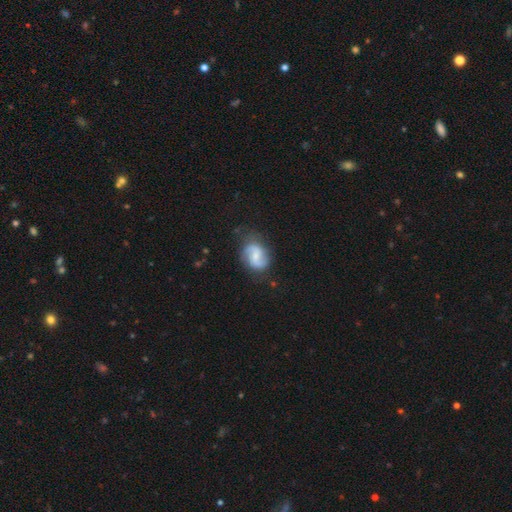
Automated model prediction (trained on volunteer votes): Morphology: type=featured or disk (72%); edge-on=no (98%); bar=weak (50%); spiral arms=yes (94%); winding=loose (46%); arm count=2 (89%); bulge=small (43%); merging=none (70%).